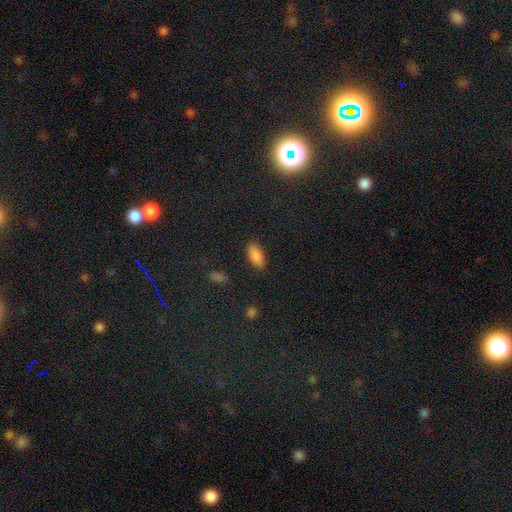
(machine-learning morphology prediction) Smooth or featured: smooth — 87% (star or artifact — 8%)
How rounded: in between — 92% (cigar-shaped — 6%)
Merging: none — 86% (minor disturbance — 10%)